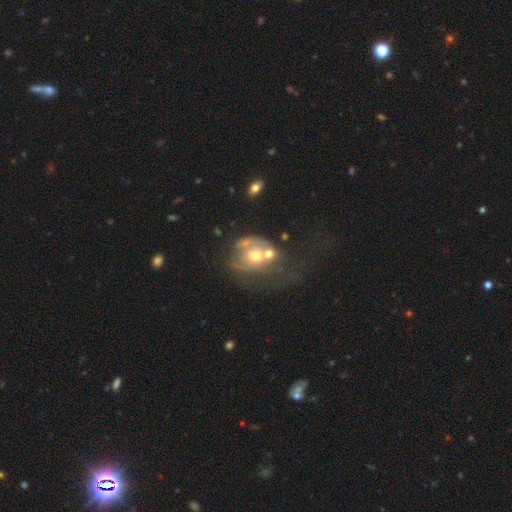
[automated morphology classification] smooth_or_featured: featured or disk (p=0.61) [alt: smooth p=0.29]
disk_edge_on: no (p=0.97) [alt: yes p=0.03]
bar: no (p=0.83) [alt: weak p=0.14]
has_spiral_arms: no (p=0.50) [tied with: yes p=0.50]
bulge_size: moderate (p=0.63) [alt: small p=0.25]
merging: merger (p=0.36) [alt: major disturbance p=0.29]